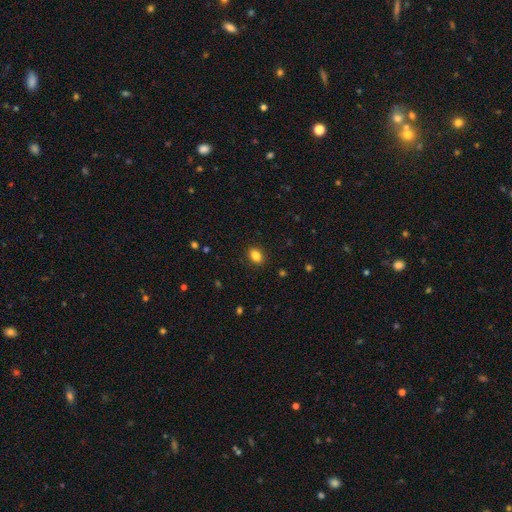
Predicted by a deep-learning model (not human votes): Morphology: type=smooth (85%); roundness=in between (77%); merging=none (89%).